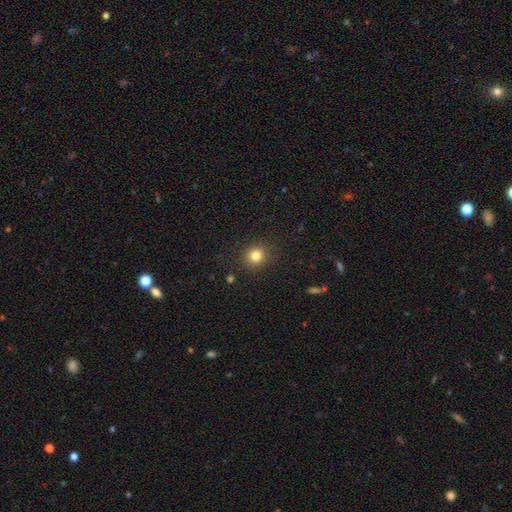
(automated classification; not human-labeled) The model was most divided on "smooth or featured": smooth: 82%, star or artifact: 12%, featured or disk: 6%. More confident: merging — none (90%); how rounded — round (90%).